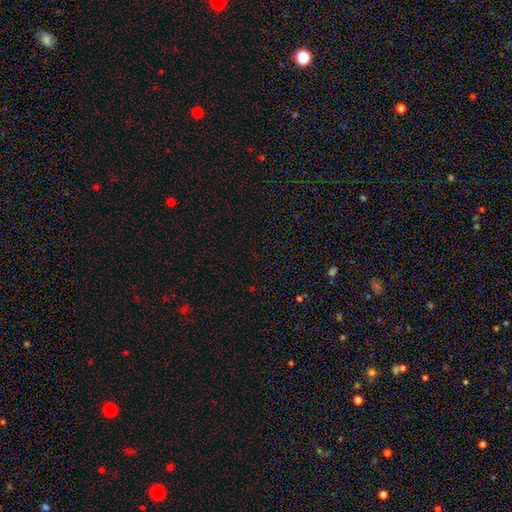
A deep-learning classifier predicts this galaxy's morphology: Q: Smooth or featured?
A: star or artifact (69%); runner-up: smooth (24%)